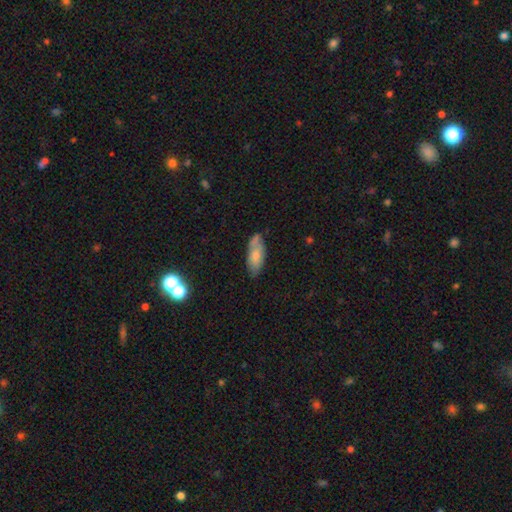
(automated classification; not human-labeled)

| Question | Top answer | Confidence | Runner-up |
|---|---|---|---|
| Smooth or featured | smooth | 71% | featured or disk (22%) |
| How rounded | in between | 82% | cigar-shaped (16%) |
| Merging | none | 67% | minor disturbance (24%) |